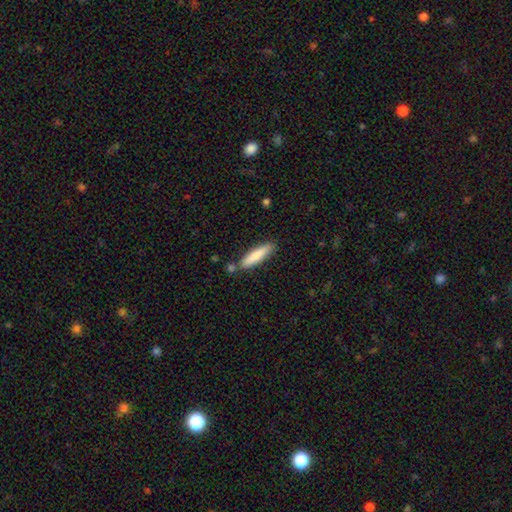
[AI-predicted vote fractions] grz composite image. It shows a smooth galaxy with no disk features (81%) that is cigar-shaped (80%). Merging: none (78%).